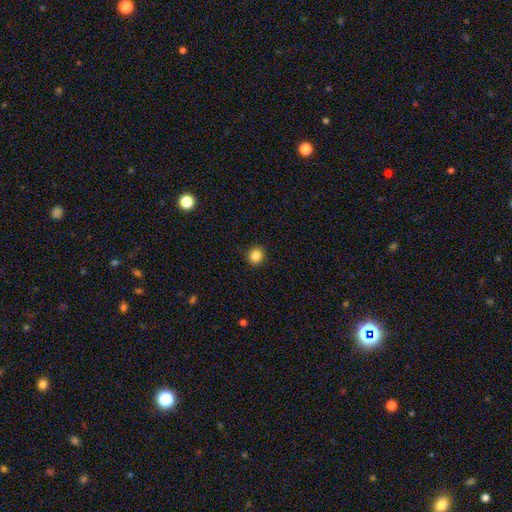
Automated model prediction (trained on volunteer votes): The model was most divided on "how rounded": round: 85%, in between: 14%, cigar-shaped: 1%. More confident: merging — none (91%); smooth or featured — smooth (85%).